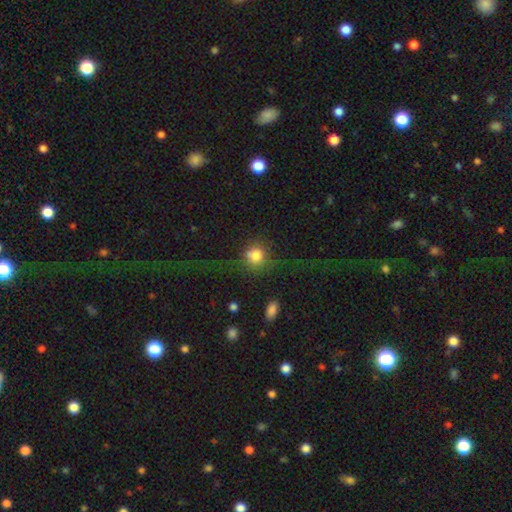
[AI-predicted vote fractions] Smooth or featured?
  - smooth: 79% *
  - star or artifact: 11%
  - featured or disk: 10%
How rounded?
  - round: 83% *
  - in between: 16%
  - cigar-shaped: 1%
Merging?
  - none: 60% *
  - minor disturbance: 16%
  - major disturbance: 14%
  - merger: 9%